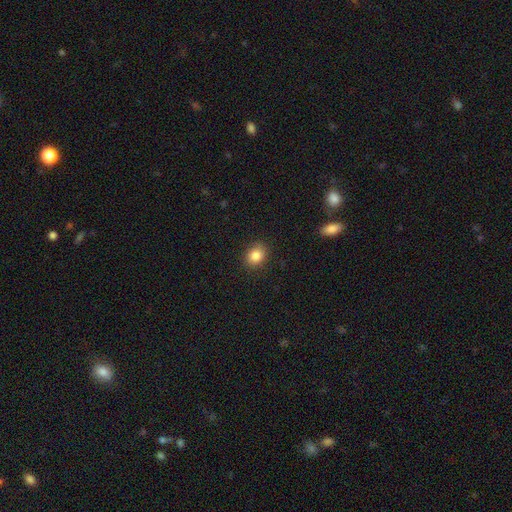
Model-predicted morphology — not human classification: smooth-or-featured: smooth: 84% | star or artifact: 10% | featured or disk: 6%
  how-rounded: round: 59% | in between: 40% | cigar-shaped: 1%
  merging: none: 87% | minor disturbance: 10% | major disturbance: 3% | merger: 1%